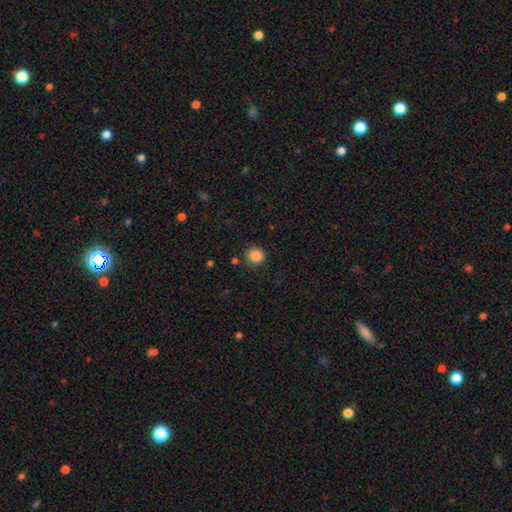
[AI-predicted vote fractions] Morphology: type=smooth (86%); roundness=round (87%); merging=none (83%).